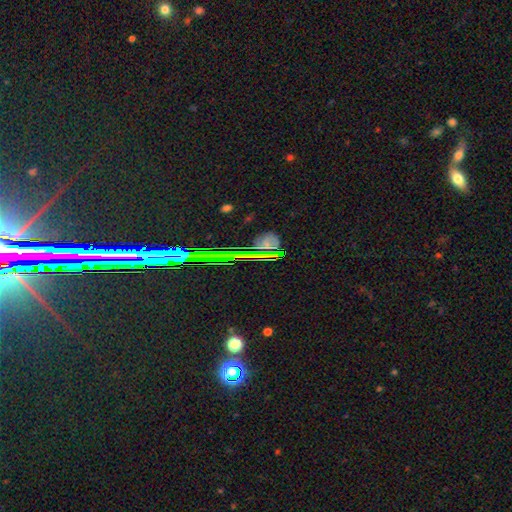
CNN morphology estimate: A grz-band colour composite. It shows a star or artifact, not a galaxy (74%).